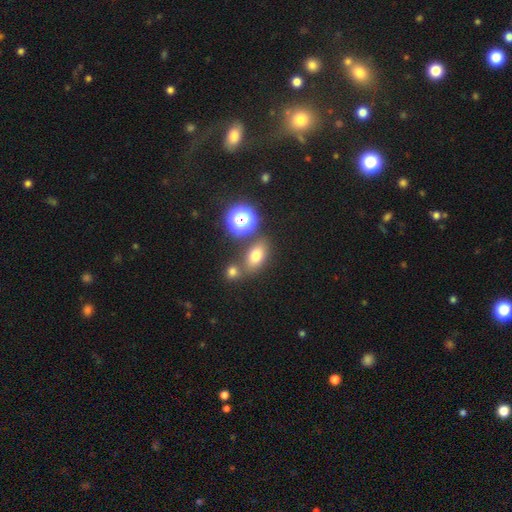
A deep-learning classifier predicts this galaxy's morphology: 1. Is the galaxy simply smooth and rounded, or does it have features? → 70% smooth, 18% star or artifact, 12% featured or disk.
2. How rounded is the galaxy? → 74% in between, 23% round, 3% cigar-shaped.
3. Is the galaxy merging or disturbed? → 66% none, 18% merger, 11% minor disturbance, 4% major disturbance.